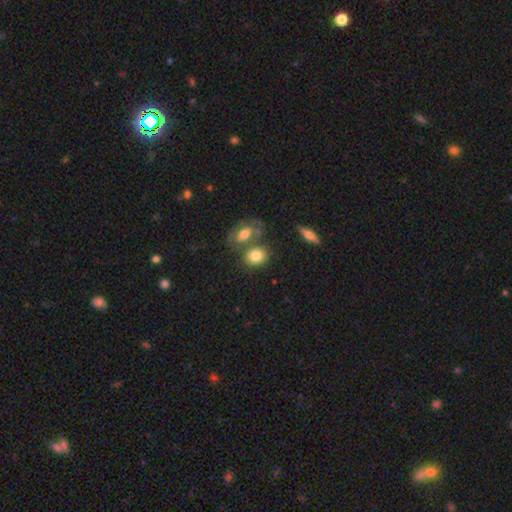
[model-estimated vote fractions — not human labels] smooth-or-featured: smooth: 79% | featured or disk: 12% | star or artifact: 8%
  how-rounded: in between: 58% | round: 40% | cigar-shaped: 2%
  merging: none: 50% | merger: 32% | minor disturbance: 13% | major disturbance: 5%